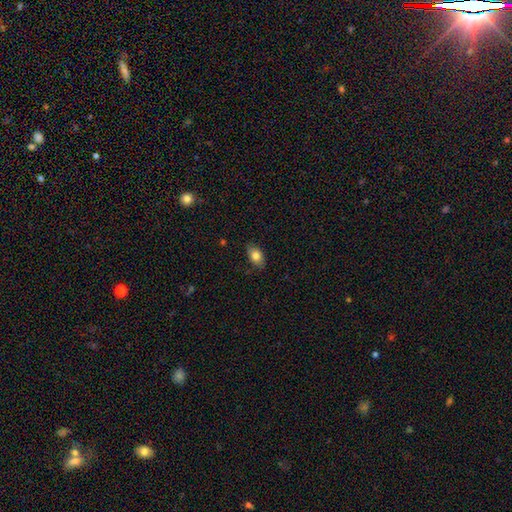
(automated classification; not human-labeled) smooth-or-featured: smooth: 81% | featured or disk: 11% | star or artifact: 8%
  how-rounded: in between: 87% | round: 11% | cigar-shaped: 2%
  merging: none: 83% | minor disturbance: 13% | major disturbance: 2% | merger: 1%